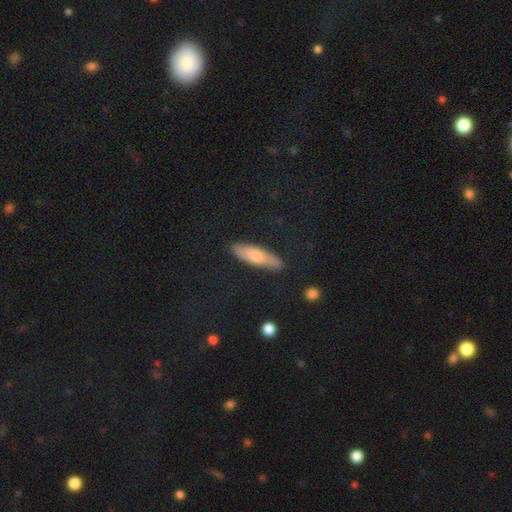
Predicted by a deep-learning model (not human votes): Smooth or featured? smooth (67%)
How rounded? cigar-shaped (68%)
Merging? none (85%)